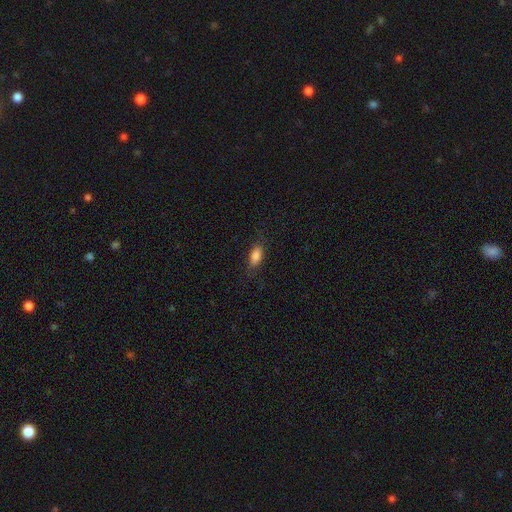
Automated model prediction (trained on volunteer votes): smooth-or-featured: smooth: 83% | featured or disk: 9% | star or artifact: 8%
  how-rounded: in between: 80% | cigar-shaped: 17% | round: 4%
  merging: none: 80% | minor disturbance: 15% | major disturbance: 4% | merger: 1%